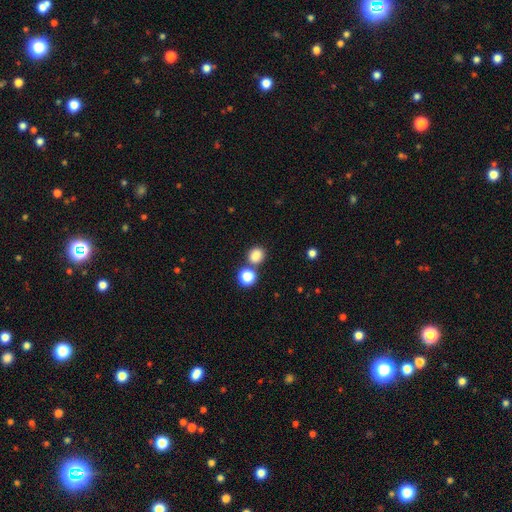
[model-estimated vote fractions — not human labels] Smooth or featured? Predicted: smooth (p=0.83). How rounded? Predicted: round (p=0.72). Merging? Predicted: none (p=0.70).